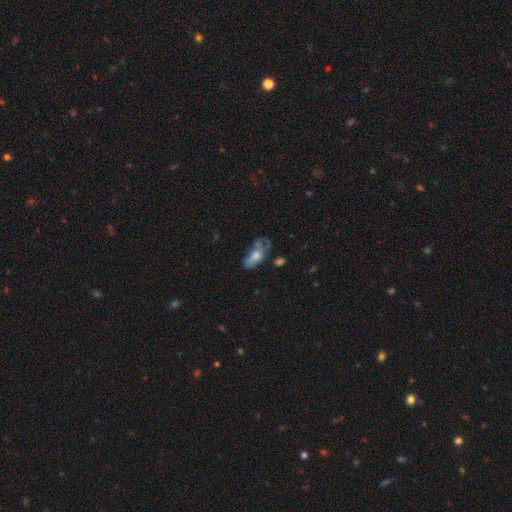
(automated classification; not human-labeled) The model was most divided on "merging": none: 35%, minor disturbance: 32%, major disturbance: 26%, merger: 7%. More confident: how rounded — in between (85%); smooth or featured — smooth (56%).